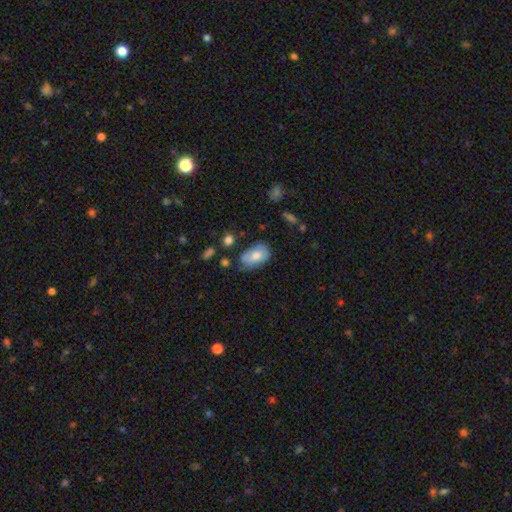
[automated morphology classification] Overall: smooth (73%). How rounded: in between (88%). Merging: none (49%; minor disturbance 36%).